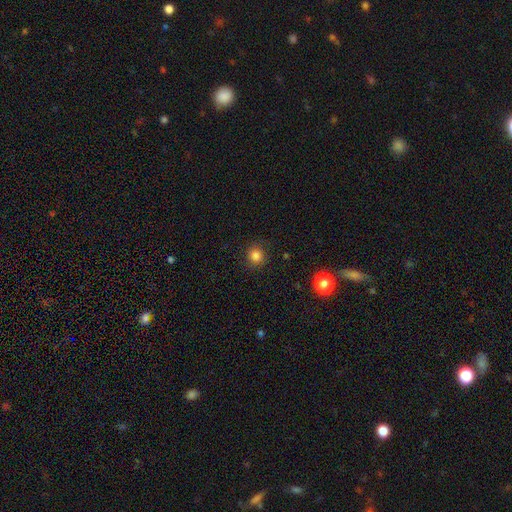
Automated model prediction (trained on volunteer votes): A smooth galaxy with no disk features (83%) that is round (90%). Merging: none (85%).